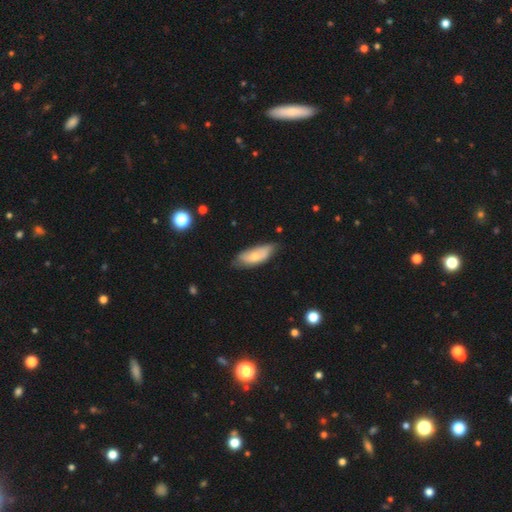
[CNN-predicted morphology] Q: Smooth or featured?
A: smooth (64%); runner-up: featured or disk (30%)
Q: How rounded?
A: in between (82%); runner-up: cigar-shaped (16%)
Q: Merging?
A: none (56%); runner-up: minor disturbance (35%)